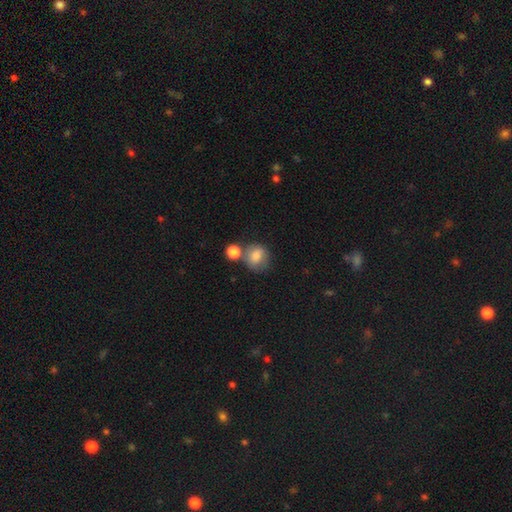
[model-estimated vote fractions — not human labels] Smooth or featured: smooth — 79% (featured or disk — 12%)
How rounded: round — 69% (in between — 30%)
Merging: none — 48% (merger — 28%)